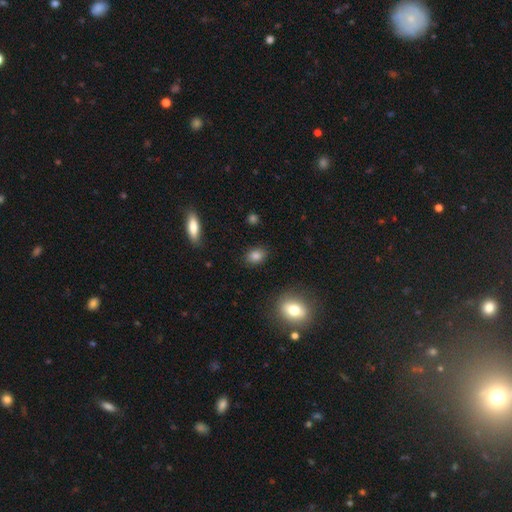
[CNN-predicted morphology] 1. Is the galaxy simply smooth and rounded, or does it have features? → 84% smooth, 10% star or artifact, 6% featured or disk.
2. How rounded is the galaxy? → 71% in between, 27% round, 2% cigar-shaped.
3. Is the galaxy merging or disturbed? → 87% none, 9% minor disturbance, 2% major disturbance, 2% merger.